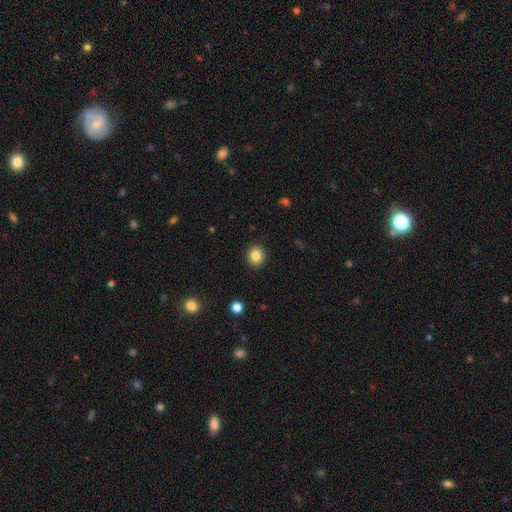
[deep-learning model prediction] Smooth or featured: smooth — 84% (star or artifact — 10%)
How rounded: round — 82% (in between — 18%)
Merging: none — 91% (minor disturbance — 6%)